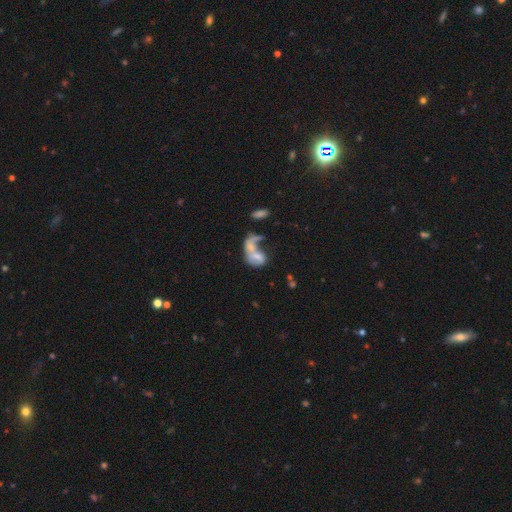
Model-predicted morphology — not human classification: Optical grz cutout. It shows a featured or disk galaxy (45%). Merging: merger (51%).